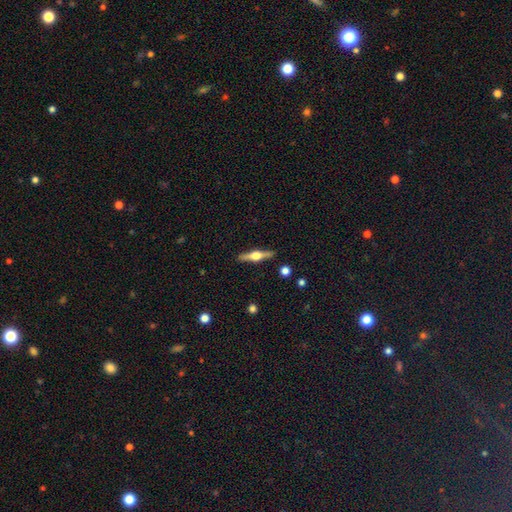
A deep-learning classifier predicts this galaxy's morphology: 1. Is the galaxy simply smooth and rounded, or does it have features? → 73% featured or disk, 21% smooth, 6% star or artifact.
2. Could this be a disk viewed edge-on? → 98% yes, 2% no.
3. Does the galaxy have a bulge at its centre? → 95% rounded, 4% boxy, 1% none.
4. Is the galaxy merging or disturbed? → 90% none, 7% minor disturbance, 2% major disturbance, 1% merger.